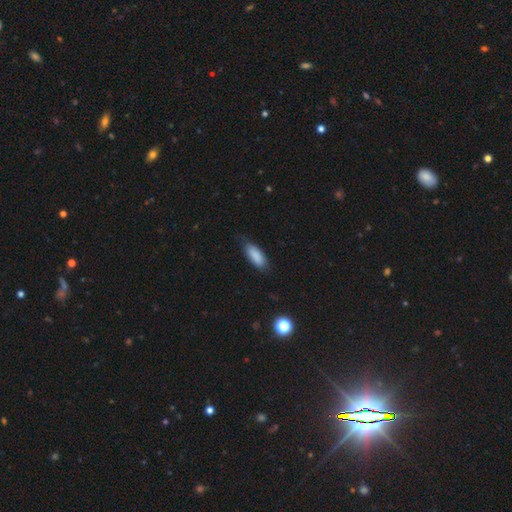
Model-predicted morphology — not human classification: A smooth galaxy with no disk features (87%) that is in between round and cigar-shaped (76%). Merging: none (75%).